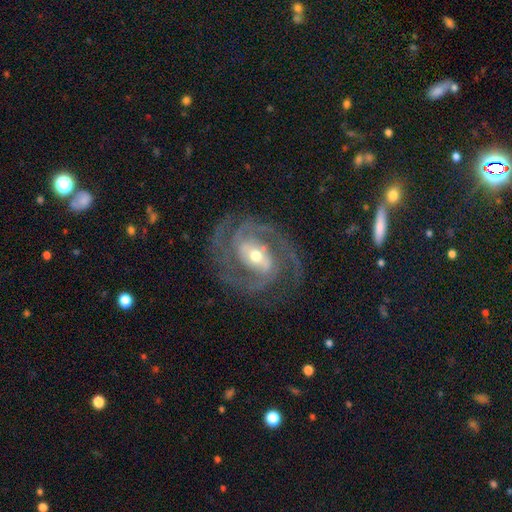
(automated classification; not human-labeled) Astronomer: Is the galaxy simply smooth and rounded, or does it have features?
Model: featured or disk — 92%.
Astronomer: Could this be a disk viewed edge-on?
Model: no — 97%.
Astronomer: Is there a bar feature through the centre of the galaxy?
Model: weak — 39% (runner-up: strong, 35%).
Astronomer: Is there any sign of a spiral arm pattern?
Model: yes — 98%.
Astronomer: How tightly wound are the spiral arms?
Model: tight — 51% (runner-up: medium, 43%).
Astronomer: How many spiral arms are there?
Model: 2 — 46% (runner-up: 3, 33%).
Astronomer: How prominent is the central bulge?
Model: moderate — 61%.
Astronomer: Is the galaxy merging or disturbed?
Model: none — 77%.